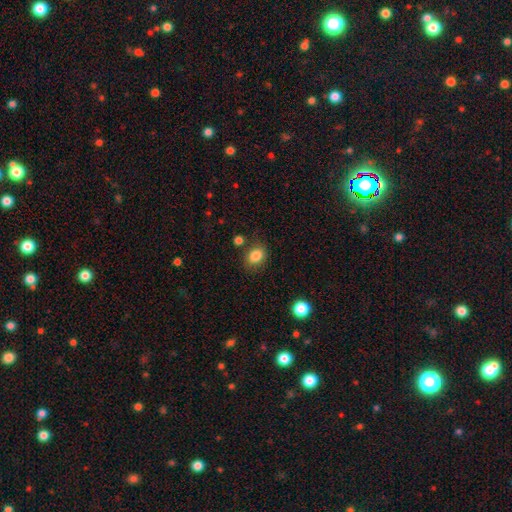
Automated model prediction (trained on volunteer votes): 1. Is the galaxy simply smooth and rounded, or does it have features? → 84% smooth, 10% star or artifact, 6% featured or disk.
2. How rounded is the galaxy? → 59% in between, 40% round, 1% cigar-shaped.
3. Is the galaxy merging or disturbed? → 77% none, 14% minor disturbance, 5% merger, 4% major disturbance.